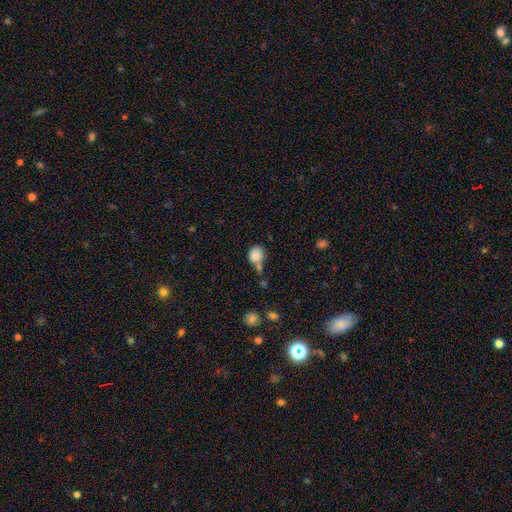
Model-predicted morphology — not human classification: This appears to be a smooth galaxy with no disk features (85%) that is round (67%). Merging: none (43%).